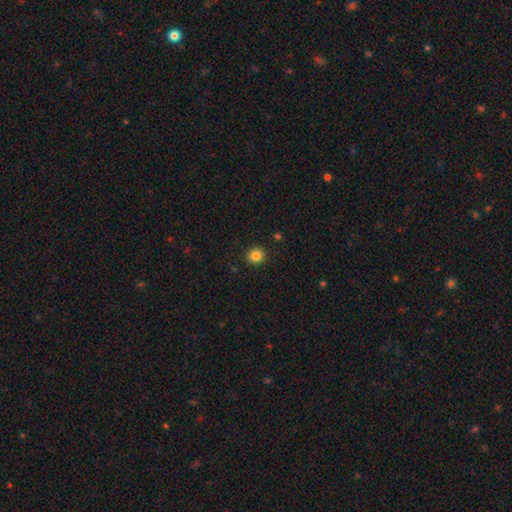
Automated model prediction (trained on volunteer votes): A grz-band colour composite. It shows a smooth galaxy with no disk features (84%) that is round (86%). Merging: none (91%).